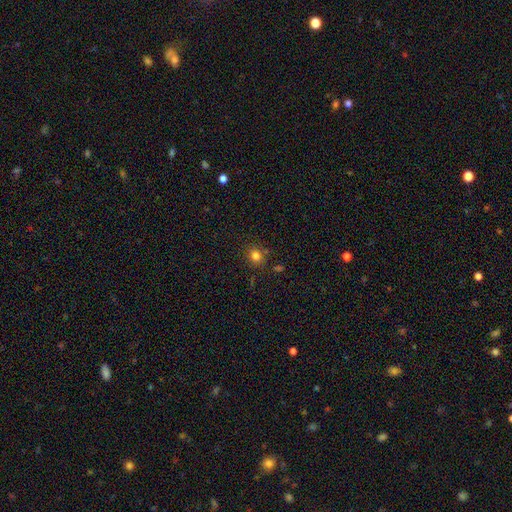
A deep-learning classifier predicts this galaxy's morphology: smooth-or-featured: smooth: 79% | star or artifact: 15% | featured or disk: 6%
  how-rounded: round: 74% | in between: 25% | cigar-shaped: 1%
  merging: none: 81% | minor disturbance: 11% | merger: 5% | major disturbance: 3%